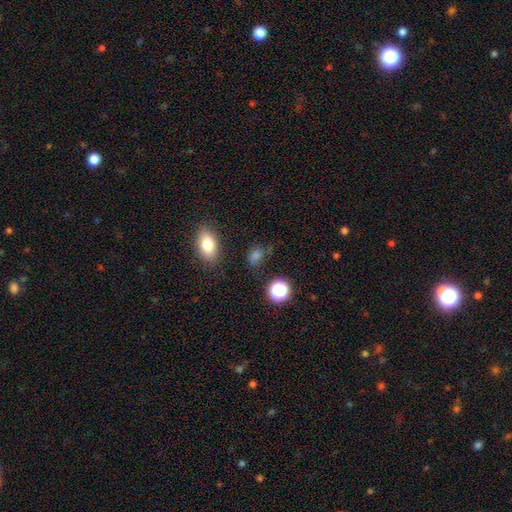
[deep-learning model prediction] smooth_or_featured: smooth (p=0.72) [alt: star or artifact p=0.21]
how_rounded: in between (p=0.59) [alt: round p=0.38]
merging: none (p=0.73) [alt: minor disturbance p=0.16]